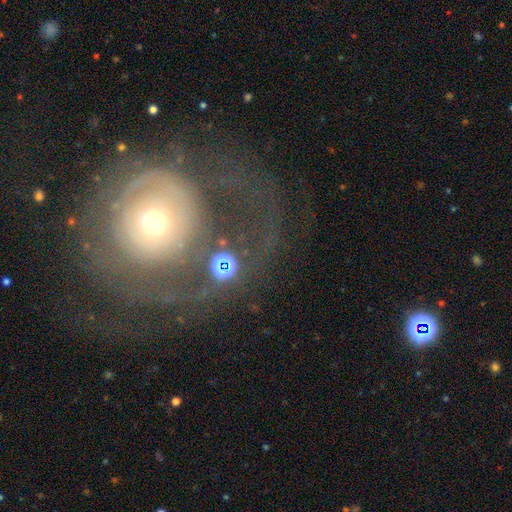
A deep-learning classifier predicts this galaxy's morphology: smooth_or_featured: featured or disk (p=0.56) [alt: smooth p=0.32]
disk_edge_on: no (p=0.95) [alt: yes p=0.05]
bar: no (p=0.87) [alt: weak p=0.10]
has_spiral_arms: no (p=0.55) [alt: yes p=0.45]
bulge_size: small (p=0.45) [alt: moderate p=0.44]
merging: none (p=0.43) [alt: major disturbance p=0.34]